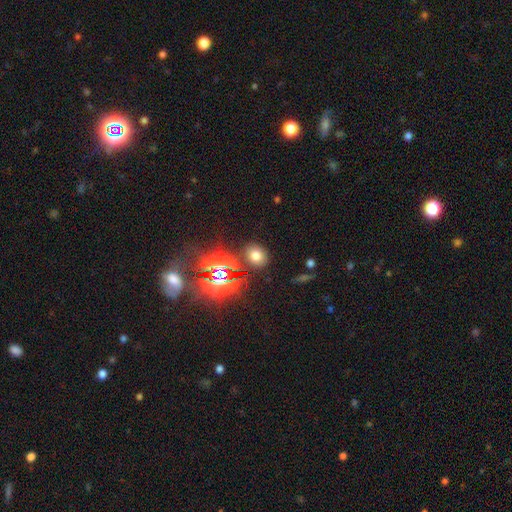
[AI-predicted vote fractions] smooth-or-featured: smooth: 65% | star or artifact: 27% | featured or disk: 9%
  how-rounded: round: 52% | in between: 46% | cigar-shaped: 1%
  merging: none: 85% | minor disturbance: 9% | merger: 3% | major disturbance: 3%